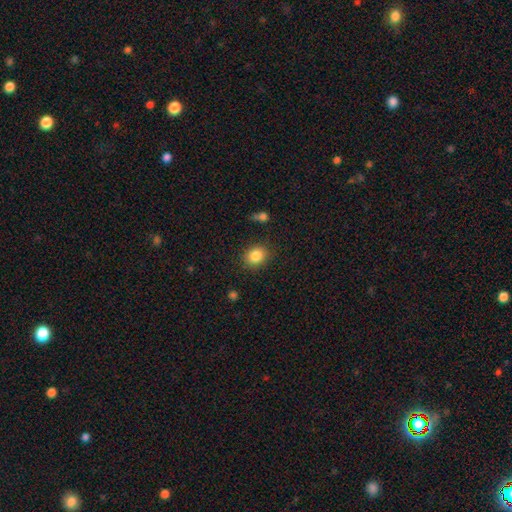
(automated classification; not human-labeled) Smooth or featured? Predicted: smooth (p=0.85). How rounded? Predicted: round (p=0.56). Merging? Predicted: none (p=0.85).